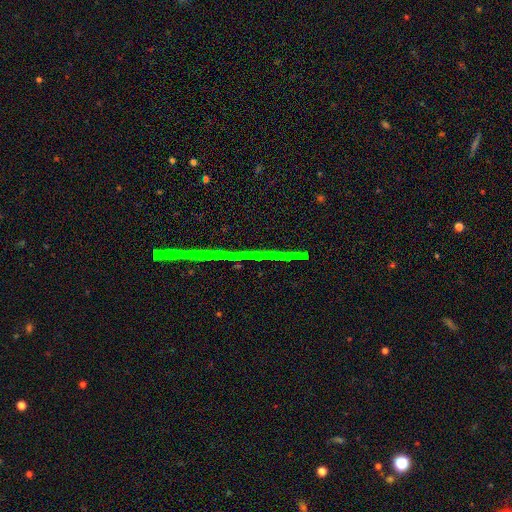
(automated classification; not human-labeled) A star or artifact, not a galaxy (78%).